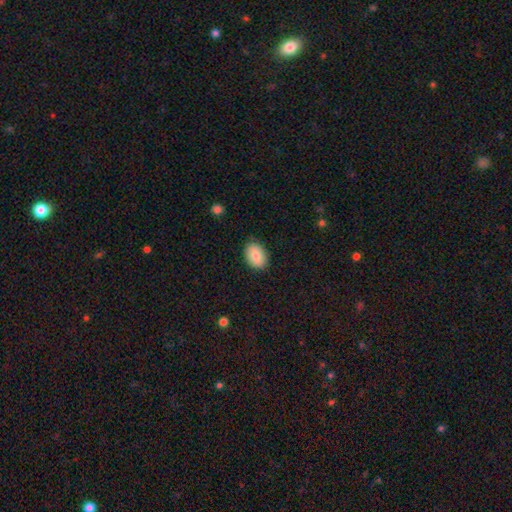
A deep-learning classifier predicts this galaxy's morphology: smooth 83%, featured or disk 9%, star or artifact 7%. Down the decision tree: how rounded — in between (81%); merging — none (84%).